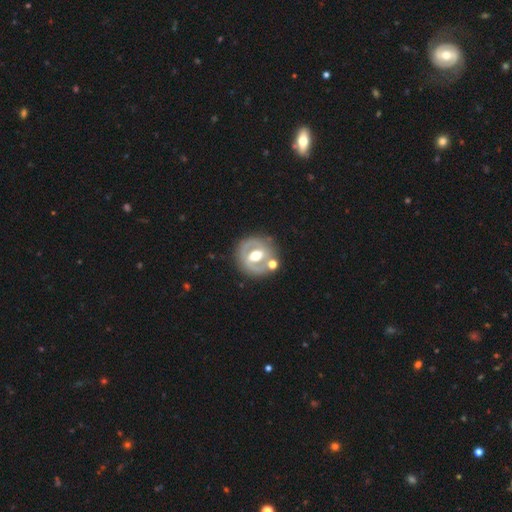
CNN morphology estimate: The model was most divided on "bar": strong: 40%, weak: 39%, no: 21%. More confident: edge-on disk — no (95%); smooth or featured — featured or disk (74%); merging — none (73%); bulge size — moderate (71%); spiral arms — yes (62%).